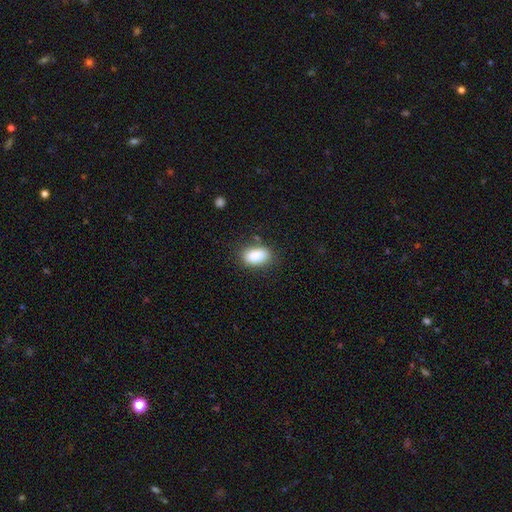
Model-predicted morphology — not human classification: A smooth galaxy with no disk features (87%) that is in between round and cigar-shaped (89%).

Vote fractions:
- Smooth or featured? smooth: 87% / star or artifact: 8% / featured or disk: 5%
- How rounded? in between: 89% / round: 8% / cigar-shaped: 3%
- Merging? none: 78% / minor disturbance: 16% / major disturbance: 4% / merger: 2%